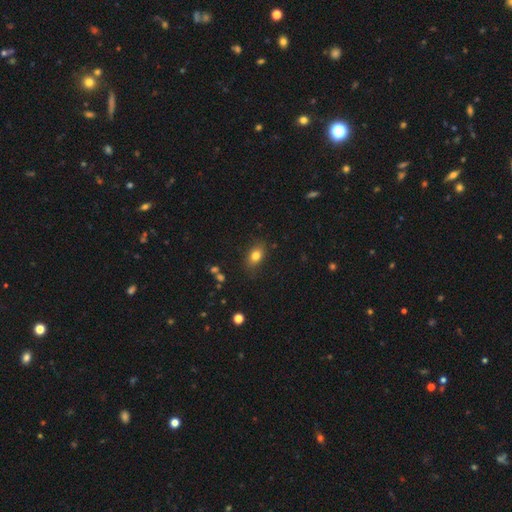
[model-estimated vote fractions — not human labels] This is likely a smooth galaxy (79%). How rounded: likely in between (79%). Merging: clearly none (82%).